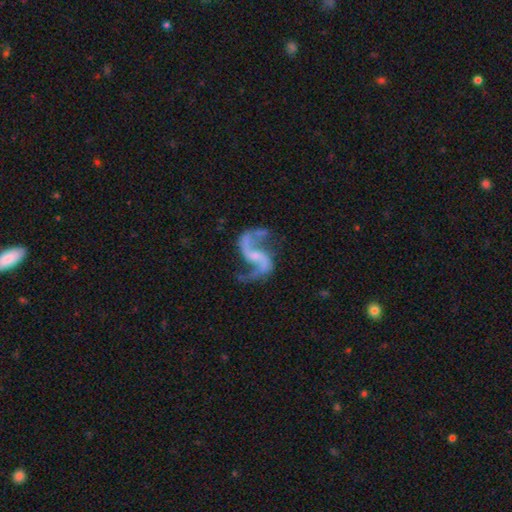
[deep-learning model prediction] A featured or disk galaxy (92%) with a weak bar (43%), 2 (94%) loose (76%) spiral arms (97%) and a small central bulge (46%). Merging: none (68%).